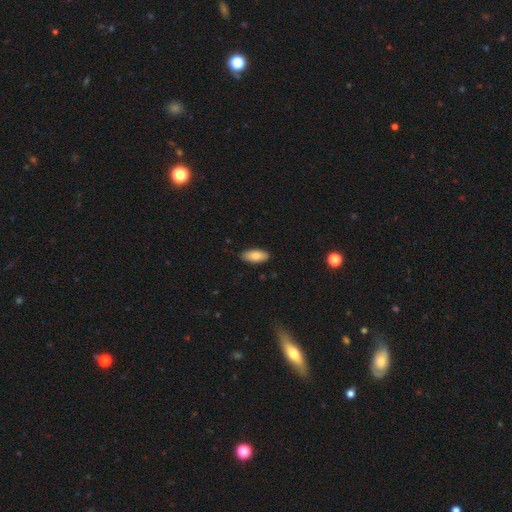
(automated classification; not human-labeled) This is clearly a smooth galaxy (83%). How rounded: clearly in between (88%). Merging: clearly none (87%).